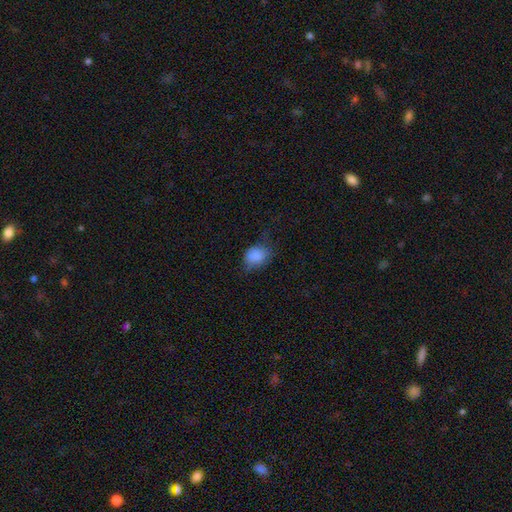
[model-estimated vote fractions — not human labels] Smooth or featured?
  - smooth: 84% *
  - star or artifact: 9%
  - featured or disk: 7%
How rounded?
  - in between: 57% *
  - round: 42%
  - cigar-shaped: 1%
Merging?
  - none: 48% *
  - minor disturbance: 35%
  - major disturbance: 16%
  - merger: 2%